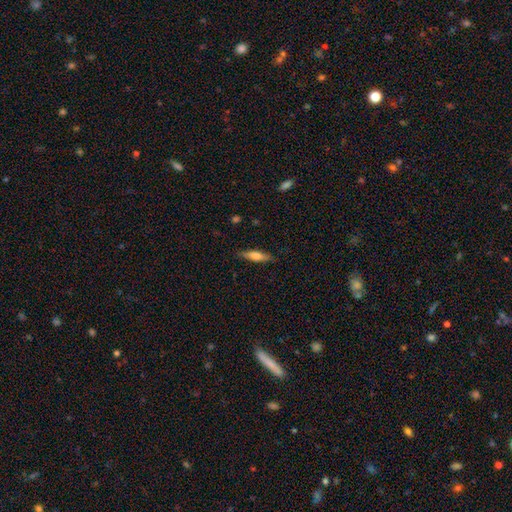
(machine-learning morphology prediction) This is likely a smooth galaxy (61%). How rounded: likely cigar-shaped (72%). Merging: clearly none (86%).